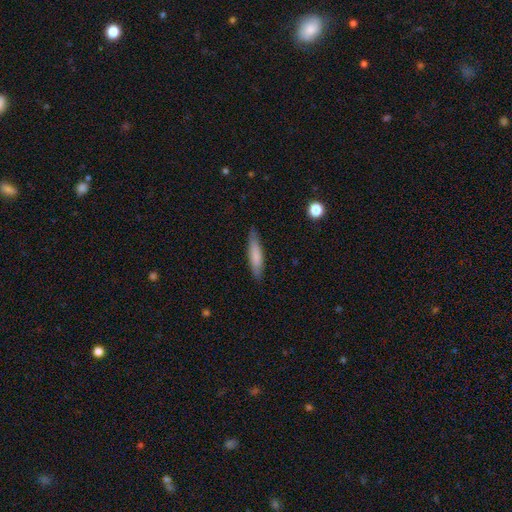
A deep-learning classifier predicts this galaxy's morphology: The model was most divided on "smooth or featured": smooth: 77%, featured or disk: 17%, star or artifact: 6%. More confident: merging — none (84%); how rounded — cigar-shaped (80%).